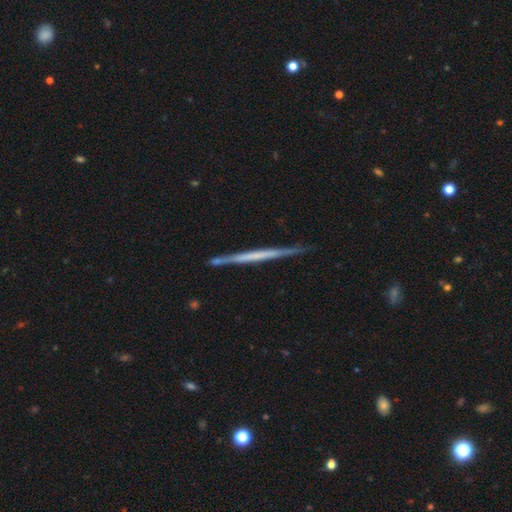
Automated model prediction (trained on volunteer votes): This is likely a featured or disk galaxy (63%). It is clearly viewed edge-on (97%). Edge-on bulge: clearly none (84%). Merging: clearly none (85%).